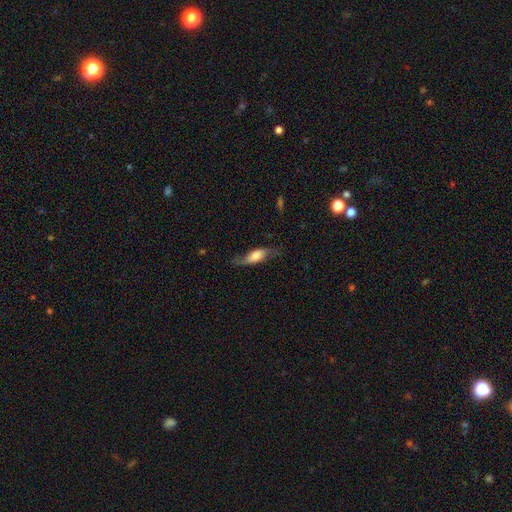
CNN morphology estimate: smooth_or_featured: smooth (p=0.53) [alt: featured or disk p=0.40]
how_rounded: in between (p=0.64) [alt: cigar-shaped p=0.33]
merging: none (p=0.60) [alt: minor disturbance p=0.26]